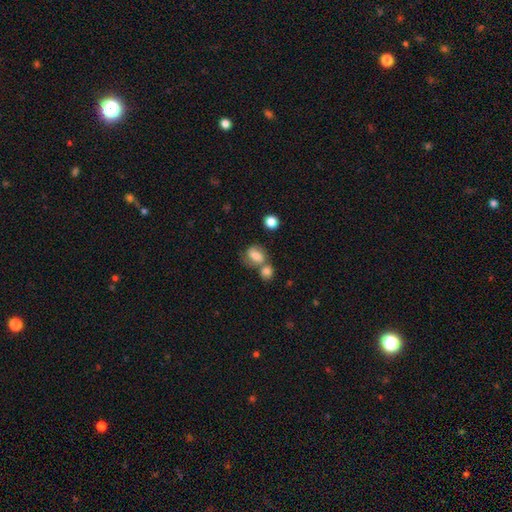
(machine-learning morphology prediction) A smooth galaxy with no disk features (59%) that is in between round and cigar-shaped (55%). Merging: none (41%).